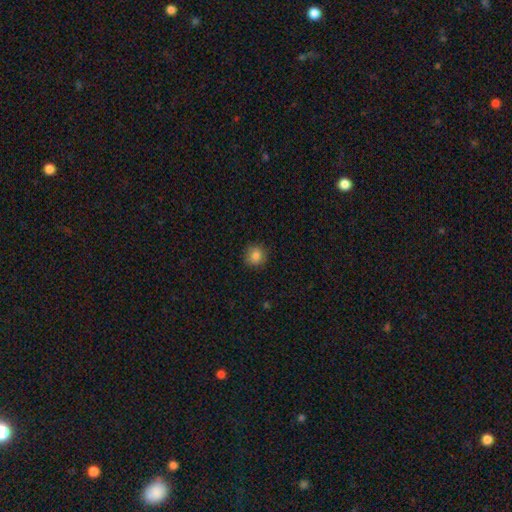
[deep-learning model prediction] A smooth galaxy with no disk features (84%) that is round (90%).

Vote fractions:
- Smooth or featured? smooth: 84% / star or artifact: 10% / featured or disk: 5%
- How rounded? round: 90% / in between: 9% / cigar-shaped: 1%
- Merging? none: 89% / minor disturbance: 8% / major disturbance: 2% / merger: 1%